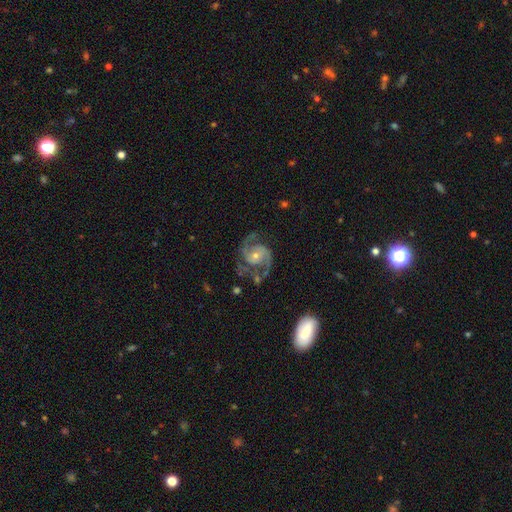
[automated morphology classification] A featured or disk galaxy (91%) with no bar (64%), 2 (91%) medium (60%) spiral arms (98%) and a small central bulge (50%). Merging: none (69%).